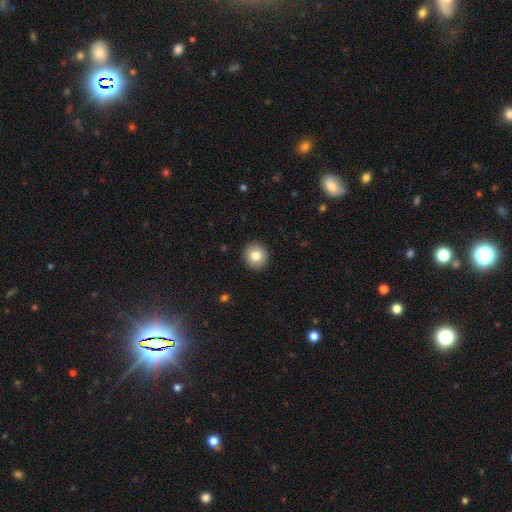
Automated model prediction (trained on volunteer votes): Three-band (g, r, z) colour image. It shows a smooth galaxy with no disk features (81%) that is round (92%). Merging: none (92%).